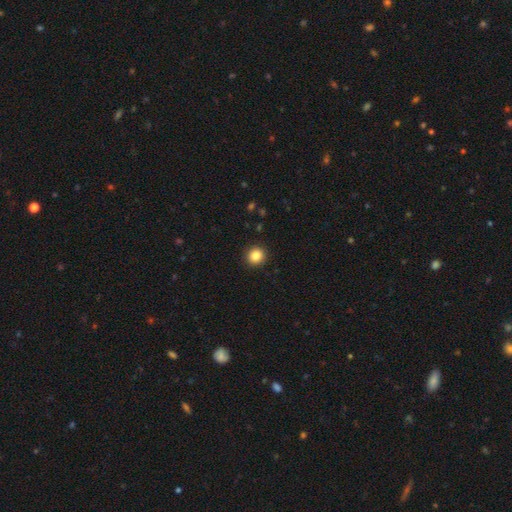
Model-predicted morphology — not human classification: This appears to be a smooth galaxy with no disk features (85%) that is round (93%). Merging: none (92%).